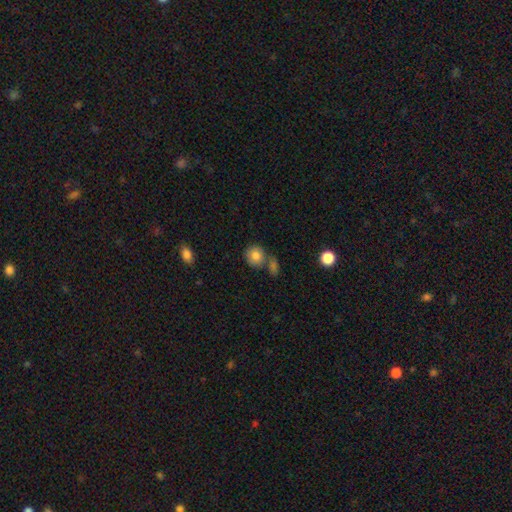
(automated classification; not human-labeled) smooth_or_featured: smooth (p=0.82) [alt: featured or disk p=0.10]
how_rounded: round (p=0.82) [alt: in between p=0.17]
merging: none (p=0.59) [alt: merger p=0.23]